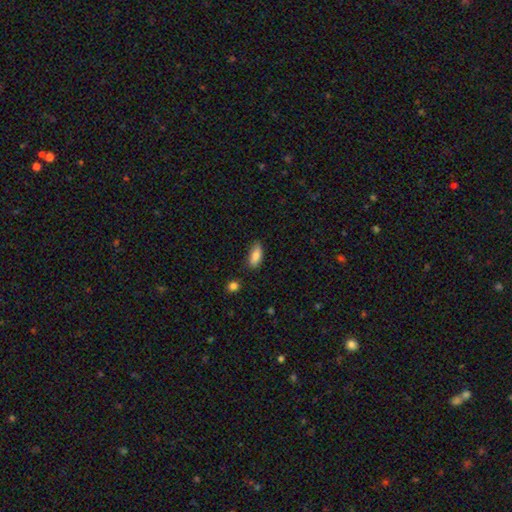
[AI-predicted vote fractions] A smooth galaxy with no disk features (82%) that is in between round and cigar-shaped (84%). Merging: none (79%).